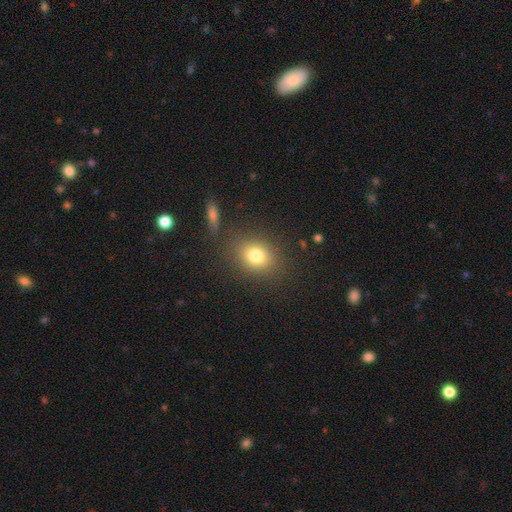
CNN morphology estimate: This is likely a smooth galaxy (78%). How rounded: possibly round (53%). Merging: clearly none (80%).